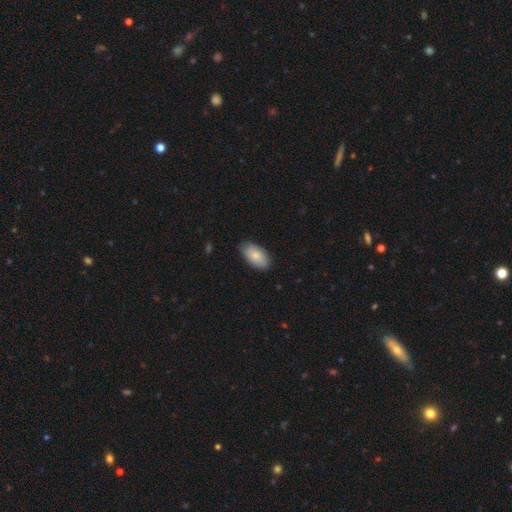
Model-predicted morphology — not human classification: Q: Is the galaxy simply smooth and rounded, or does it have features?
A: smooth — 82%.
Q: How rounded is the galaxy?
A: in between — 95%.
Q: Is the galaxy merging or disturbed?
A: none — 83%.